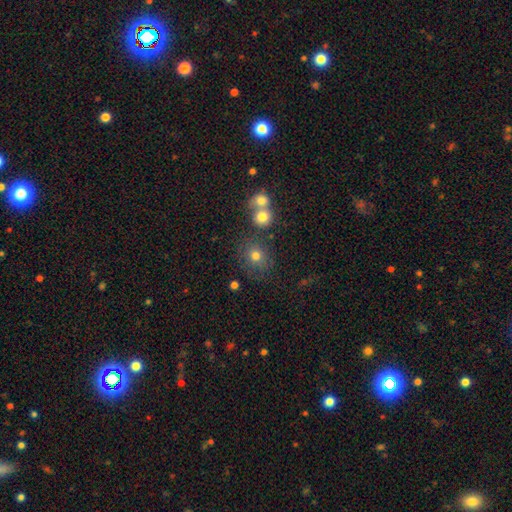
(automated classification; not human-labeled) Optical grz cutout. It shows a smooth galaxy with no disk features (75%) that is round (79%). Merging: none (67%).